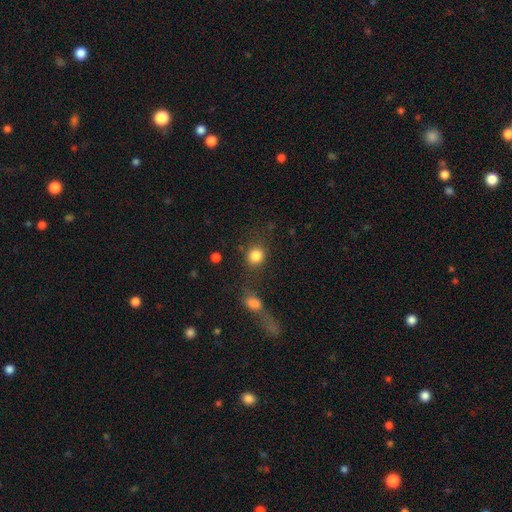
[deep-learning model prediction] Morphology: type=smooth (84%); roundness=round (83%); merging=none (68%).